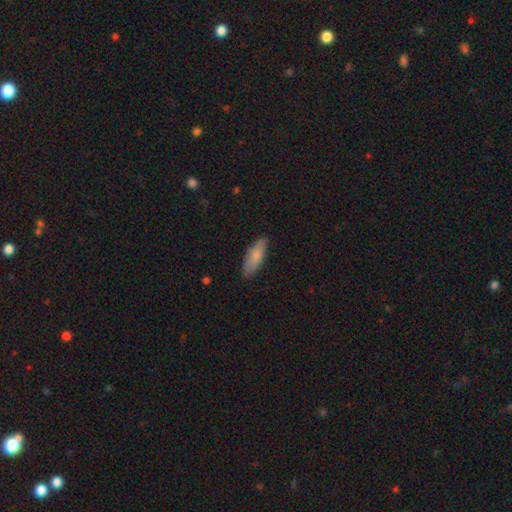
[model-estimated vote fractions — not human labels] Morphology: type=smooth (77%); roundness=in between (64%); merging=none (83%).